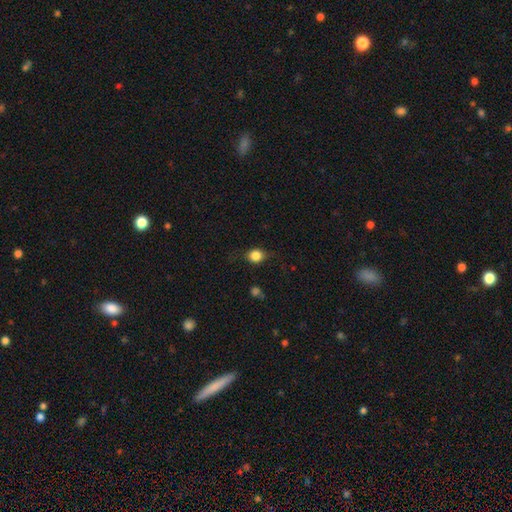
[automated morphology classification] A smooth galaxy with no disk features (80%) that is round (68%). Merging: none (74%).